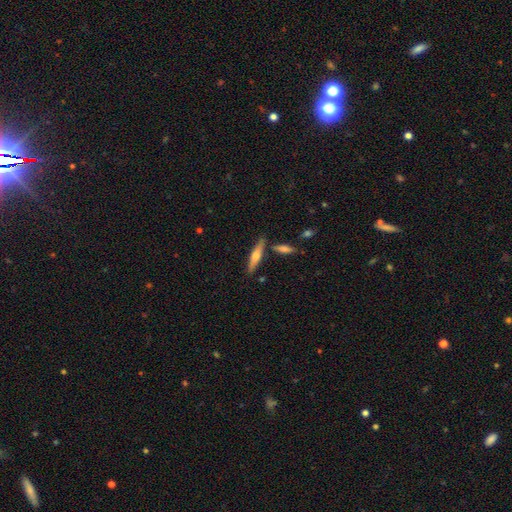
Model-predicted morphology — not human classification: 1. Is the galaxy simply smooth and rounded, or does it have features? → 47% smooth (tied), 47% featured or disk (tied), 6% star or artifact.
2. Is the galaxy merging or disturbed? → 78% none, 11% minor disturbance, 9% merger, 3% major disturbance.